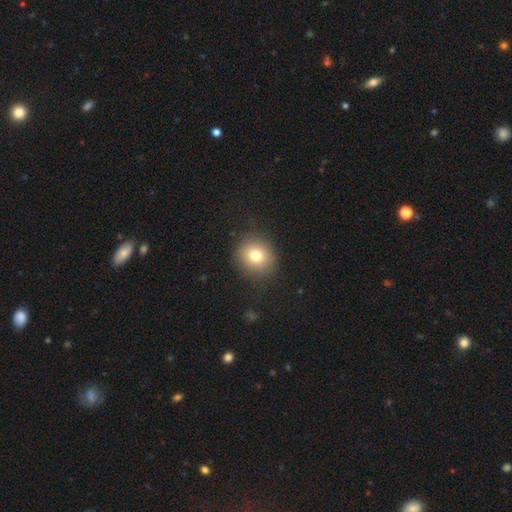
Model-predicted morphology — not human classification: Smooth or featured? Predicted: smooth (p=0.76). How rounded? Predicted: round (p=0.85). Merging? Predicted: none (p=0.86).